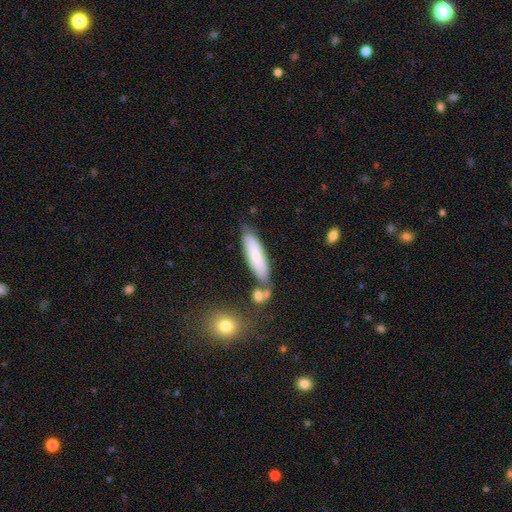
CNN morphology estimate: smooth-or-featured: smooth: 77% | featured or disk: 17% | star or artifact: 7%
  how-rounded: cigar-shaped: 68% | in between: 30% | round: 2%
  merging: none: 74% | minor disturbance: 15% | merger: 7% | major disturbance: 3%